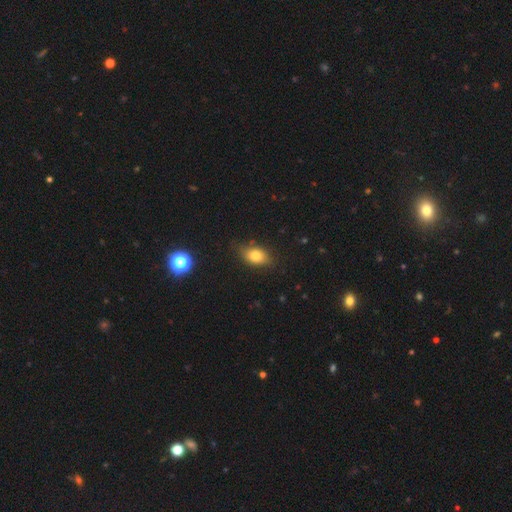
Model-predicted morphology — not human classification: This appears to be a smooth galaxy with no disk features (78%) that is in between round and cigar-shaped (82%). Merging: none (77%).